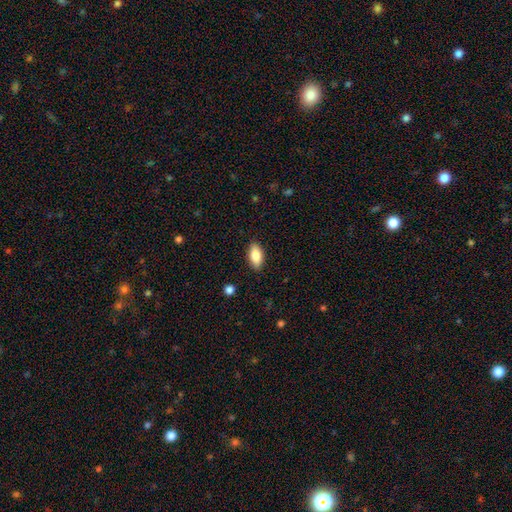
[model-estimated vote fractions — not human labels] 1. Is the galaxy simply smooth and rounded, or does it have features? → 85% smooth, 9% featured or disk, 7% star or artifact.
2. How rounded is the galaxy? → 91% in between, 6% cigar-shaped, 3% round.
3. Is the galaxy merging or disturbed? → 88% none, 9% minor disturbance, 2% major disturbance, 1% merger.